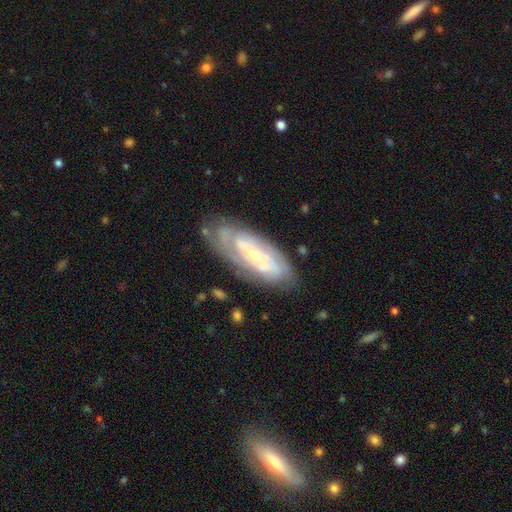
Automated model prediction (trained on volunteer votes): This is likely a featured or disk galaxy (77%). It is clearly not viewed edge-on (89%). Bar: likely no (69%). Spiral arm pattern: clearly yes (82%). Spiral arm count: possibly can't tell (52%). Spiral winding: likely tight (70%). Central bulge: likely small (67%). Merging: likely none (74%).